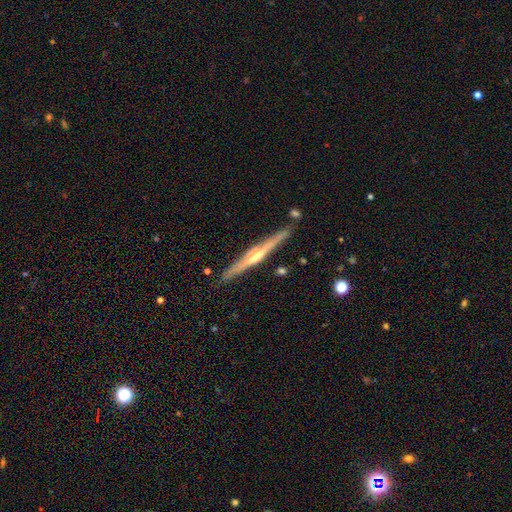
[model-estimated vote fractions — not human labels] smooth_or_featured: featured or disk (p=0.74) [alt: smooth p=0.20]
disk_edge_on: yes (p=0.97) [alt: no p=0.03]
edge_on_bulge: rounded (p=0.65) [alt: none p=0.21]
merging: none (p=0.86) [alt: minor disturbance p=0.10]